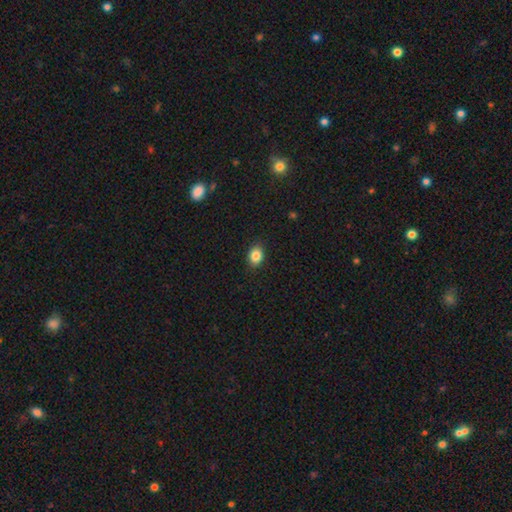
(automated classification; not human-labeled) Smooth or featured? Predicted: smooth (p=0.85). How rounded? Predicted: in between (p=0.63). Merging? Predicted: none (p=0.88).